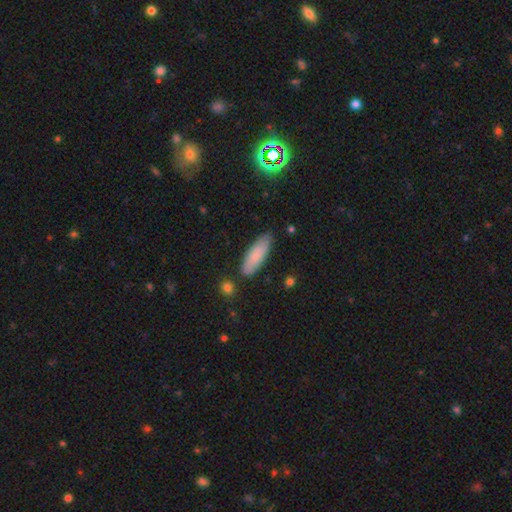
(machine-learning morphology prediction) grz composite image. It shows a smooth galaxy with no disk features (77%) that is in between round and cigar-shaped (55%). Merging: none (80%).